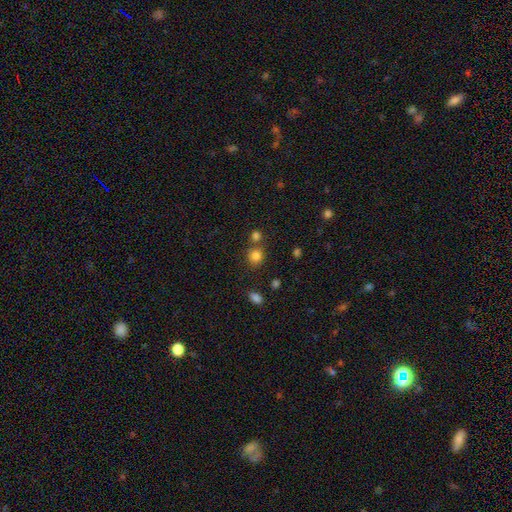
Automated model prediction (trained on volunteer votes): This is clearly a smooth galaxy (82%). How rounded: clearly round (85%). Merging: likely none (69%).